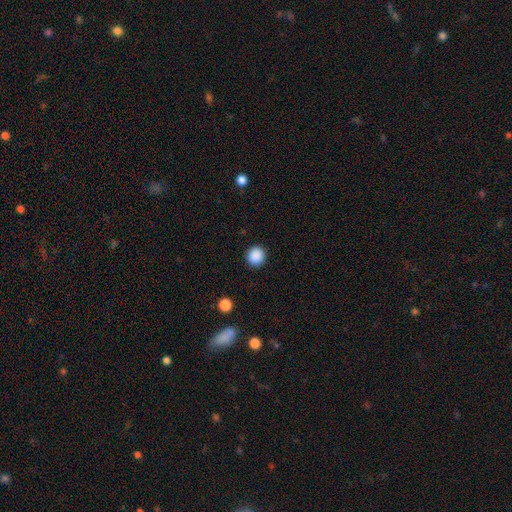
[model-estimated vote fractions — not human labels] Smooth or featured? smooth (89%)
How rounded? round (93%)
Merging? none (92%)